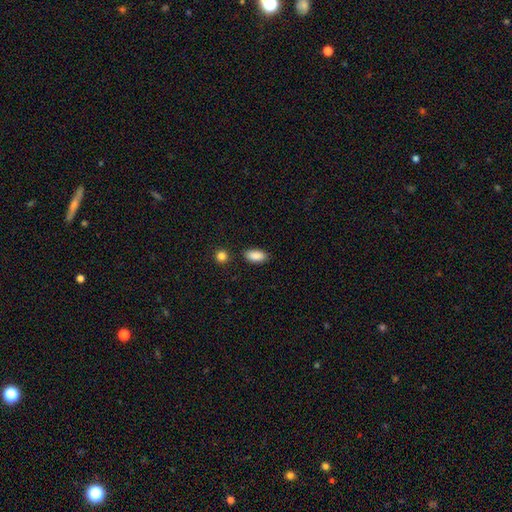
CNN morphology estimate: This appears to be a smooth galaxy with no disk features (89%) that is in between round and cigar-shaped (91%). Merging: none (85%).